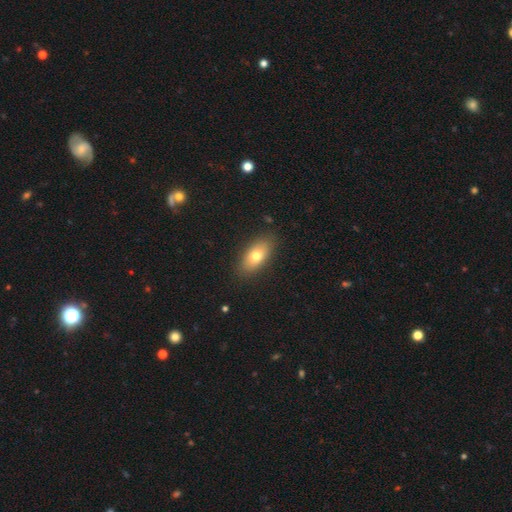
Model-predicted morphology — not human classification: This is likely a smooth galaxy (73%). How rounded: clearly in between (85%). Merging: clearly none (85%).